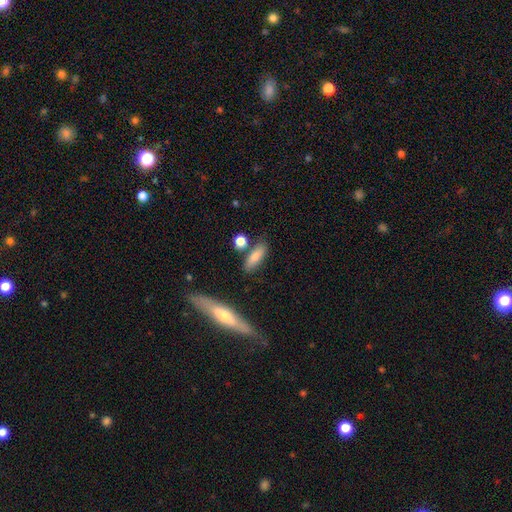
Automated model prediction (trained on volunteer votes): Overall: smooth (78%). How rounded: in between (55%; cigar-shaped 40%). Merging: none (72%).